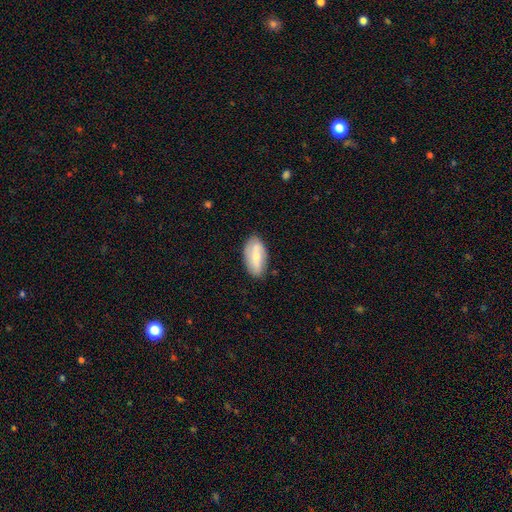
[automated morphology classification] Q: Smooth or featured?
A: smooth (56%); runner-up: featured or disk (37%)
Q: How rounded?
A: in between (90%); runner-up: cigar-shaped (7%)
Q: Merging?
A: none (81%); runner-up: minor disturbance (15%)